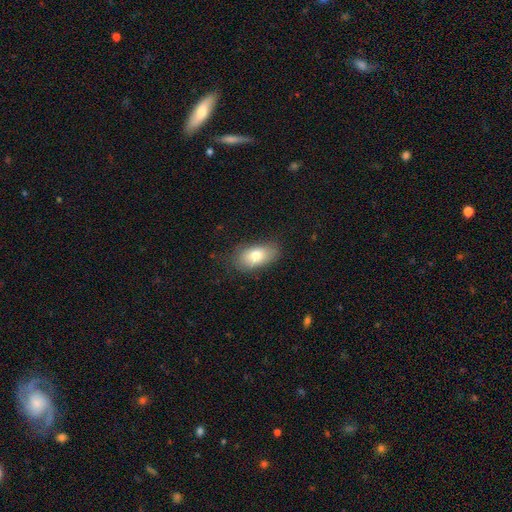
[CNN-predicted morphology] Smooth or featured?
  - smooth: 77% *
  - featured or disk: 15%
  - star or artifact: 8%
How rounded?
  - in between: 91% *
  - round: 6%
  - cigar-shaped: 3%
Merging?
  - none: 78% *
  - minor disturbance: 17%
  - major disturbance: 4%
  - merger: 1%